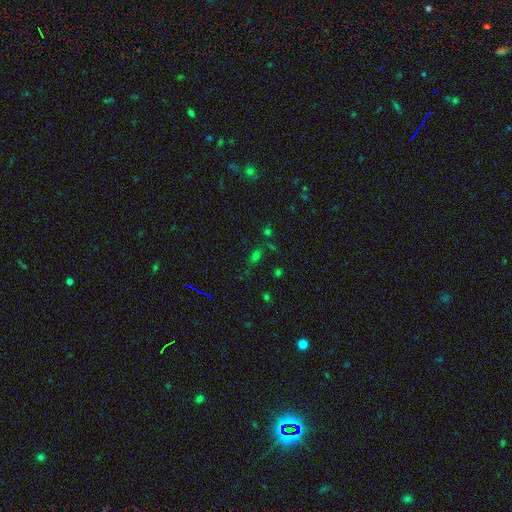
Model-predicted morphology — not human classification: smooth 48%, star or artifact 38%, featured or disk 14%. Down the decision tree: merging — none (59%).